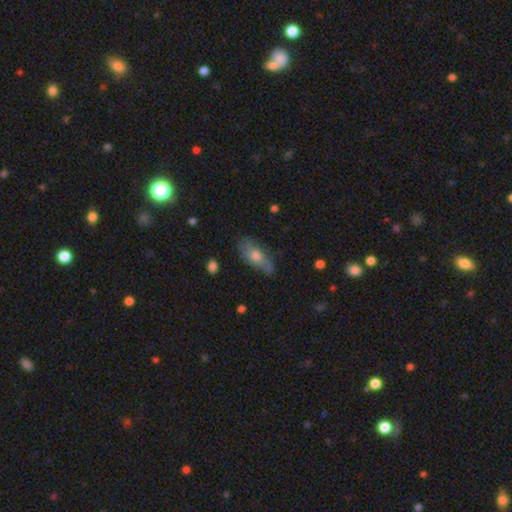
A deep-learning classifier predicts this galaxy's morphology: Smooth or featured? smooth (58%)
How rounded? in between (75%)
Merging? none (70%)